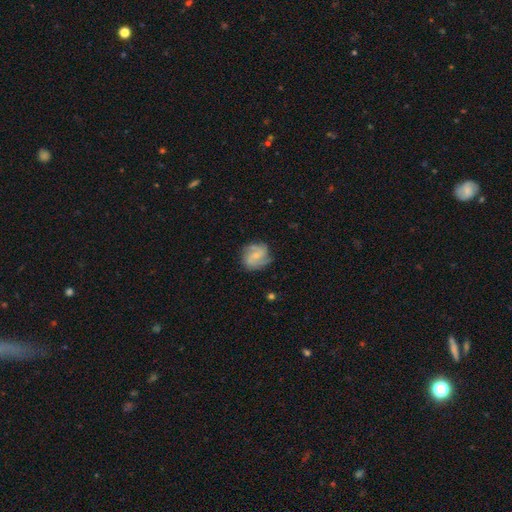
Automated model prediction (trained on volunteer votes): Smooth or featured? Predicted: featured or disk (p=0.71). Edge-on disk? Predicted: no (p=0.98). Bar? Predicted: weak (p=0.45). Spiral arms? Predicted: yes (p=0.93). Spiral winding? Predicted: medium (p=0.47). Spiral arm count? Predicted: 2 (p=0.42). Bulge size? Predicted: small (p=0.58). Merging? Predicted: none (p=0.73).